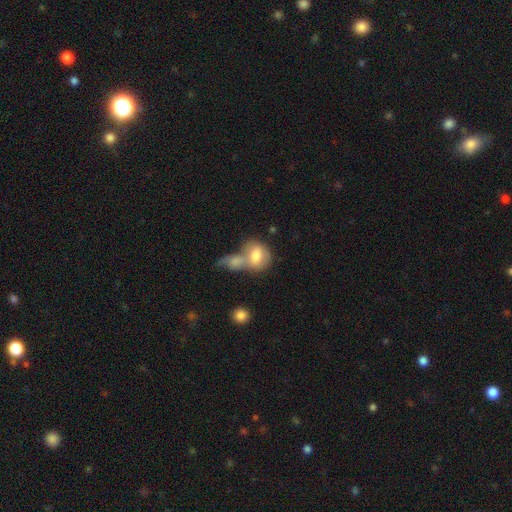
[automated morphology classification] A smooth galaxy with no disk features (73%) that is in between round and cigar-shaped (52%).

Vote fractions:
- Smooth or featured? smooth: 73% / featured or disk: 19% / star or artifact: 7%
- How rounded? in between: 52% / round: 46% / cigar-shaped: 2%
- Merging? merger: 61% / none: 23% / minor disturbance: 10% / major disturbance: 6%